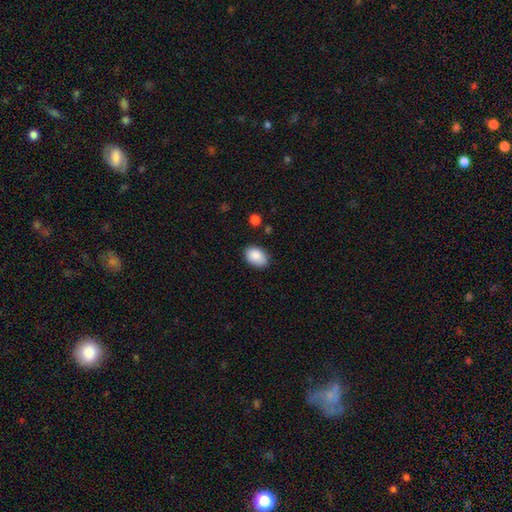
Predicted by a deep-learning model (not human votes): smooth 88%, star or artifact 7%, featured or disk 5%. Down the decision tree: how rounded — in between (85%); merging — none (80%).